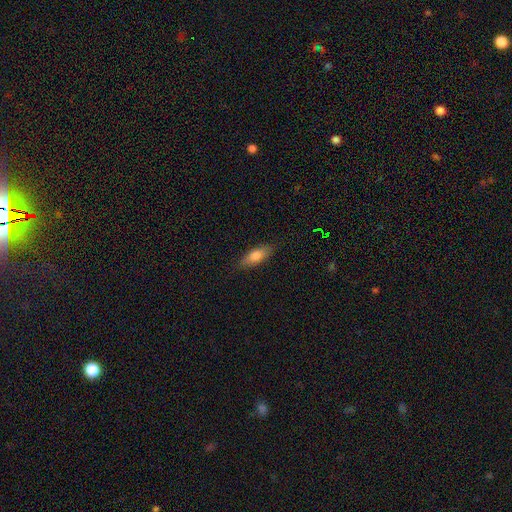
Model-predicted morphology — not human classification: This appears to be a smooth galaxy with no disk features (76%) that is in between round and cigar-shaped (66%). Merging: none (85%).